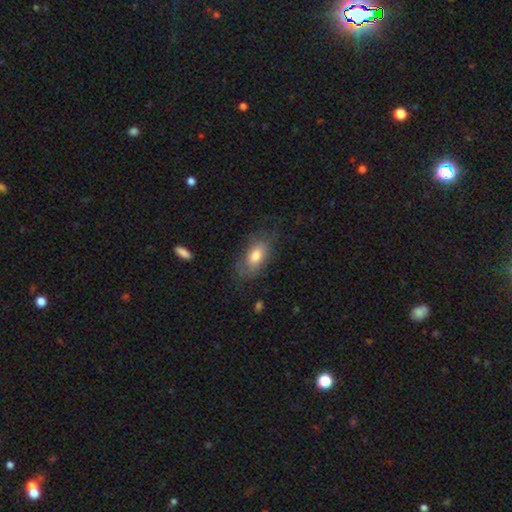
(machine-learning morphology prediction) smooth-or-featured: smooth: 72% | featured or disk: 21% | star or artifact: 7%
  how-rounded: in between: 89% | cigar-shaped: 6% | round: 5%
  merging: none: 60% | minor disturbance: 23% | major disturbance: 15% | merger: 2%